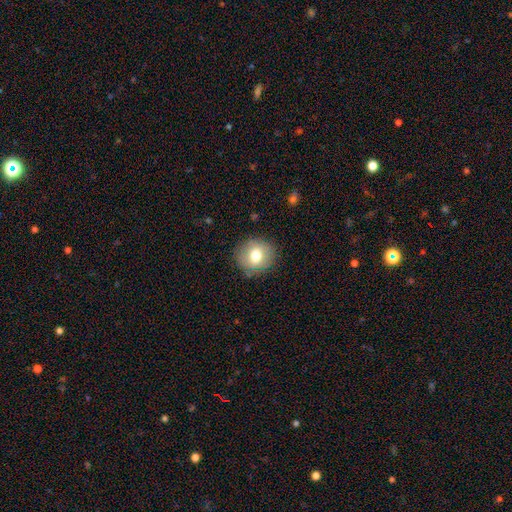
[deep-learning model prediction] Smooth or featured? Predicted: smooth (p=0.74). How rounded? Predicted: round (p=0.84). Merging? Predicted: none (p=0.86).